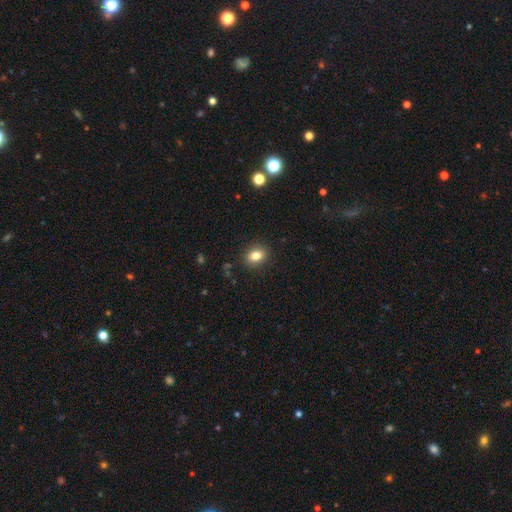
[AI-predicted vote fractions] Smooth or featured? Predicted: smooth (p=0.81). How rounded? Predicted: in between (p=0.56). Merging? Predicted: none (p=0.89).